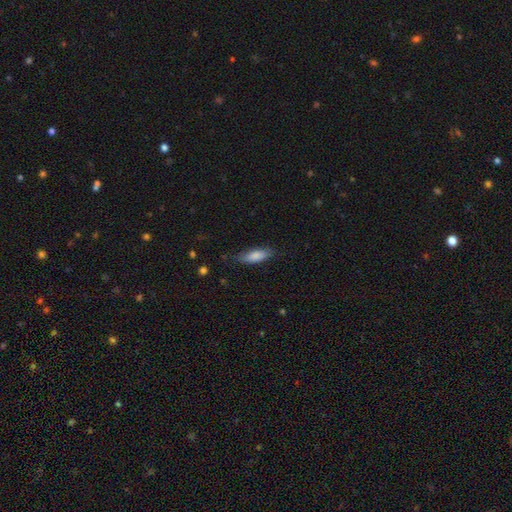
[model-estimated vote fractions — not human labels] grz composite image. It shows a smooth galaxy with no disk features (82%) that is in between round and cigar-shaped (67%). Merging: none (77%).